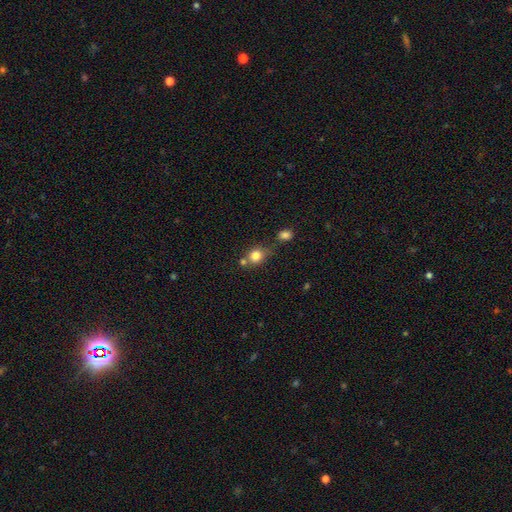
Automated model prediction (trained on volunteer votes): A smooth galaxy with no disk features (81%) that is round (76%). Merging: none (58%).